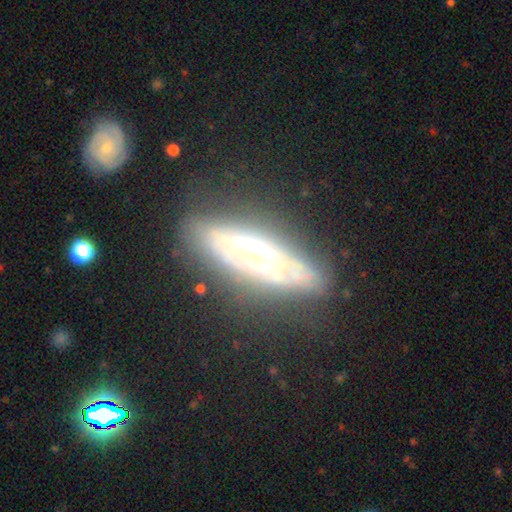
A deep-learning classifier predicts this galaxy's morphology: Q: Smooth or featured?
A: featured or disk (77%); runner-up: smooth (16%)
Q: Edge-on disk?
A: no (56%); runner-up: yes (44%)
Q: Merging?
A: none (74%); runner-up: minor disturbance (17%)